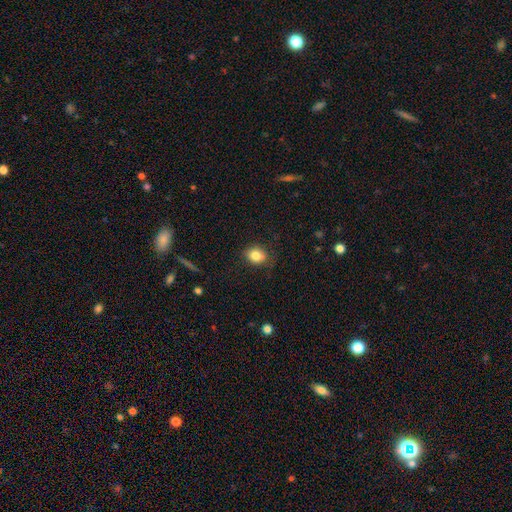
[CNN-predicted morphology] Smooth or featured: smooth — 82% (star or artifact — 10%)
How rounded: round — 55% (in between — 44%)
Merging: none — 81% (minor disturbance — 15%)